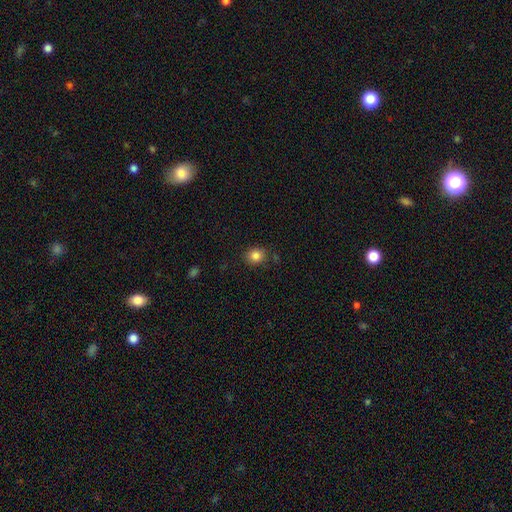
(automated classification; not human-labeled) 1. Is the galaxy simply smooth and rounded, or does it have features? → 83% smooth, 11% star or artifact, 6% featured or disk.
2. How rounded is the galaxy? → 66% round, 33% in between, 1% cigar-shaped.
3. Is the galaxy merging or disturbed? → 83% none, 12% minor disturbance, 3% major disturbance, 2% merger.